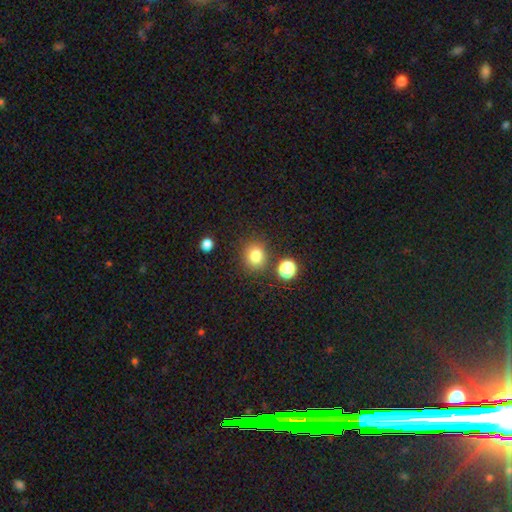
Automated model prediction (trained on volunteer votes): A smooth galaxy with no disk features (81%) that is round (79%).

Vote fractions:
- Smooth or featured? smooth: 81% / star or artifact: 13% / featured or disk: 6%
- How rounded? round: 79% / in between: 20% / cigar-shaped: 1%
- Merging? none: 82% / minor disturbance: 9% / merger: 6% / major disturbance: 3%